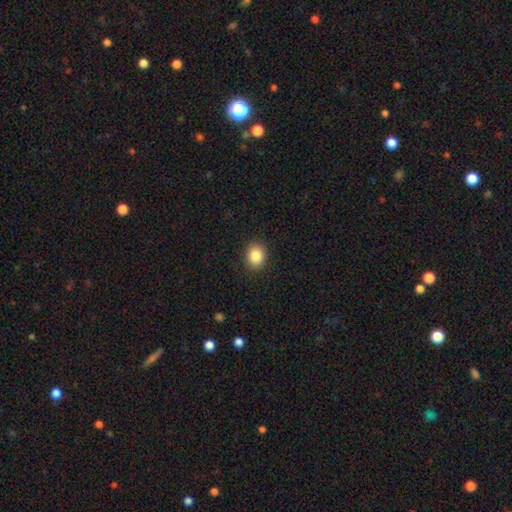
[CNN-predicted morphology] Overall: smooth (86%). How rounded: round (60%; in between 39%). Merging: none (90%).